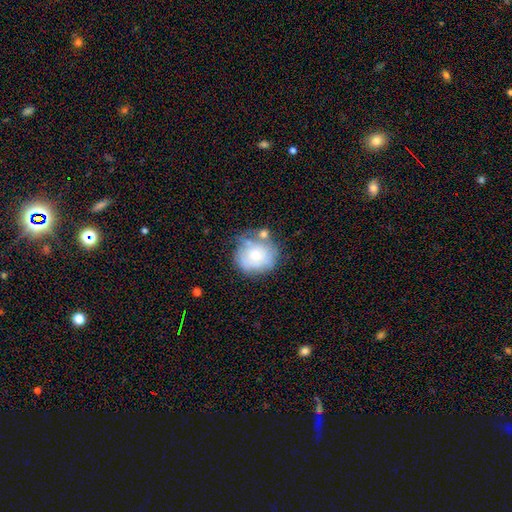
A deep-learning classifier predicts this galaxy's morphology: Q: Smooth or featured?
A: smooth (58%); runner-up: featured or disk (34%)
Q: How rounded?
A: round (84%); runner-up: in between (15%)
Q: Merging?
A: none (51%); runner-up: minor disturbance (26%)